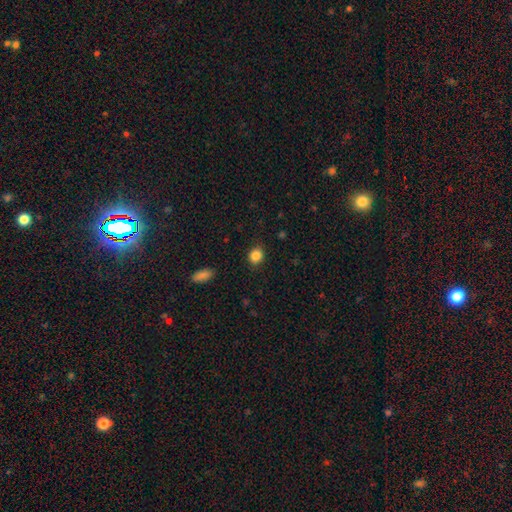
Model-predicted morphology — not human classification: smooth 85%, star or artifact 10%, featured or disk 4%. Down the decision tree: how rounded — round (68%); merging — none (86%).